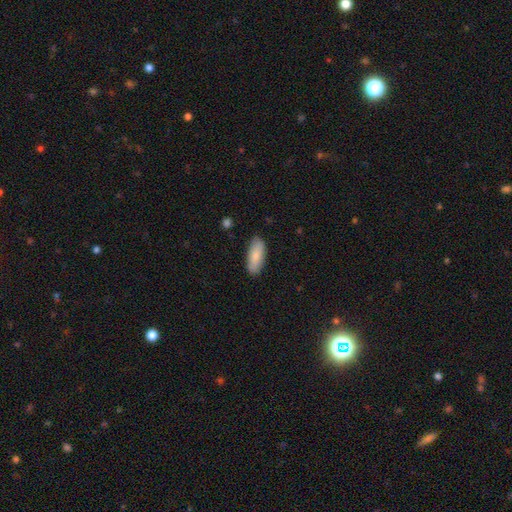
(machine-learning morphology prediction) A smooth galaxy with no disk features (86%) that is in between round and cigar-shaped (80%).

Vote fractions:
- Smooth or featured? smooth: 86% / featured or disk: 9% / star or artifact: 5%
- How rounded? in between: 80% / cigar-shaped: 18% / round: 2%
- Merging? none: 86% / minor disturbance: 11% / major disturbance: 2% / merger: 1%